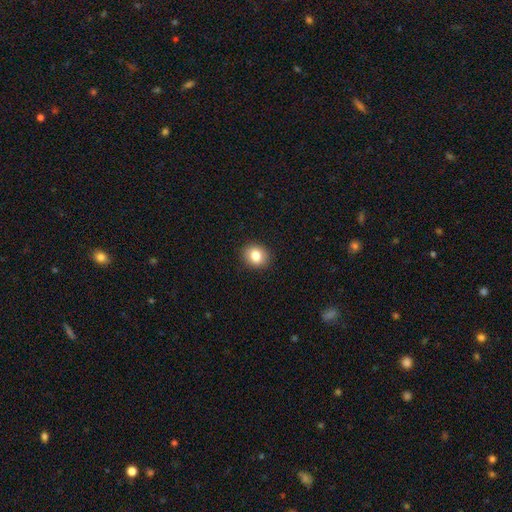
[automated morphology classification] The model was most divided on "how rounded": round: 67%, in between: 32%, cigar-shaped: 1%. More confident: merging — none (91%); smooth or featured — smooth (83%).